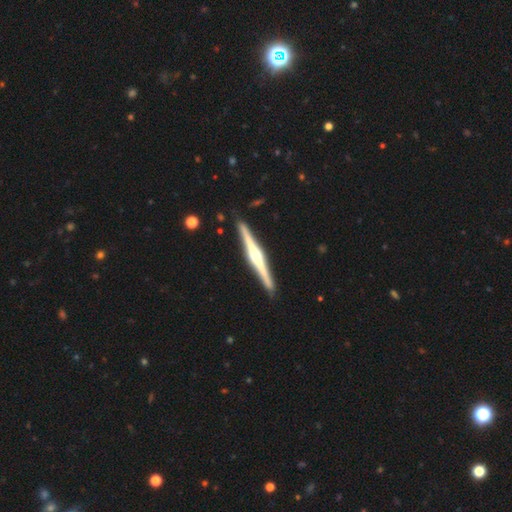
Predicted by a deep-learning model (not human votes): smooth_or_featured: featured or disk (p=0.83) [alt: smooth p=0.13]
disk_edge_on: yes (p=0.99) [alt: no p=0.01]
edge_on_bulge: rounded (p=0.85) [alt: boxy p=0.09]
merging: none (p=0.91) [alt: minor disturbance p=0.06]